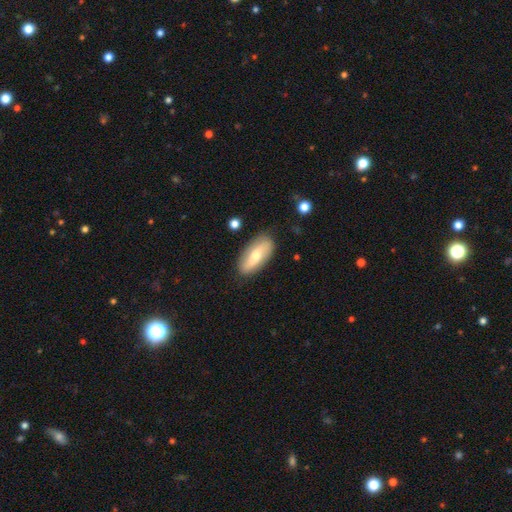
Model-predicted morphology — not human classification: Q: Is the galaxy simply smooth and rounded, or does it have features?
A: smooth — 55%.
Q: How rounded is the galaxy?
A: in between — 83%.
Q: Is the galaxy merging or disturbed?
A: none — 84%.